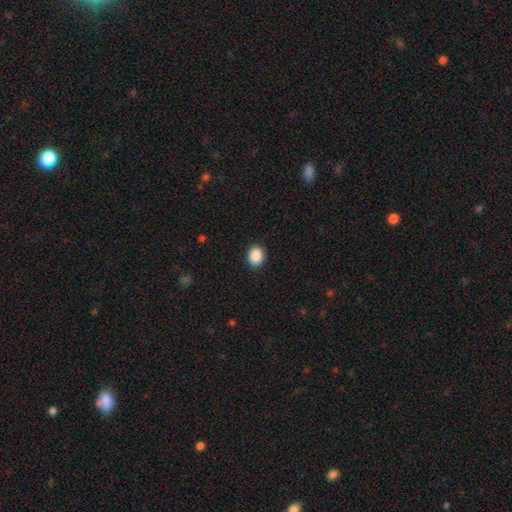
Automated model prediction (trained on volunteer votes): Morphology: type=smooth (89%); roundness=round (55%); merging=none (90%).